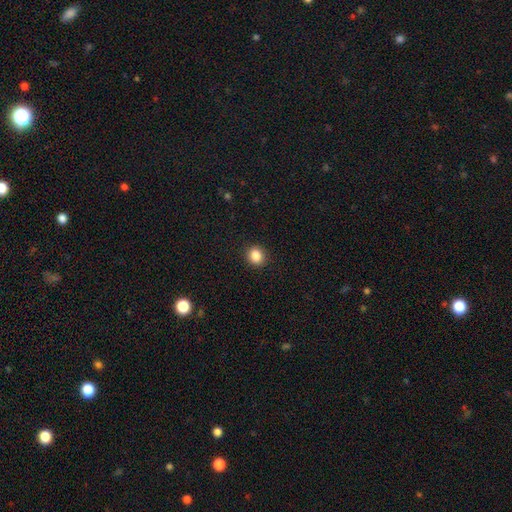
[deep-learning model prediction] smooth 86%, star or artifact 10%, featured or disk 4%. Down the decision tree: how rounded — round (79%); merging — none (91%).